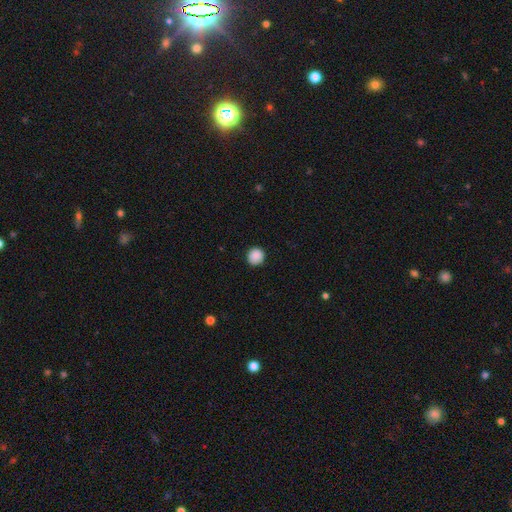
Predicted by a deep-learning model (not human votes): Smooth or featured? Predicted: smooth (p=0.89). How rounded? Predicted: round (p=0.93). Merging? Predicted: none (p=0.90).